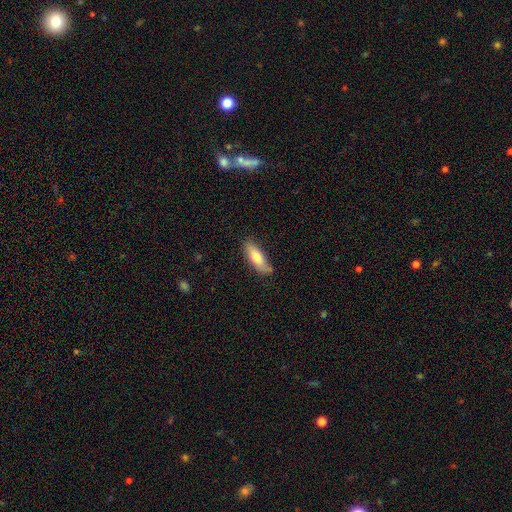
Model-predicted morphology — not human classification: smooth 73%, featured or disk 21%, star or artifact 7%. Down the decision tree: how rounded — in between (59%); merging — none (75%).